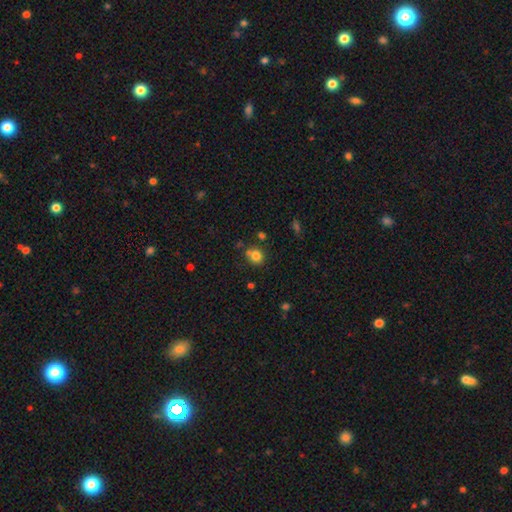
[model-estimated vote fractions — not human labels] The model was most divided on "merging": none: 66%, minor disturbance: 17%, merger: 13%, major disturbance: 5%. More confident: smooth or featured — smooth (80%); how rounded — round (75%).